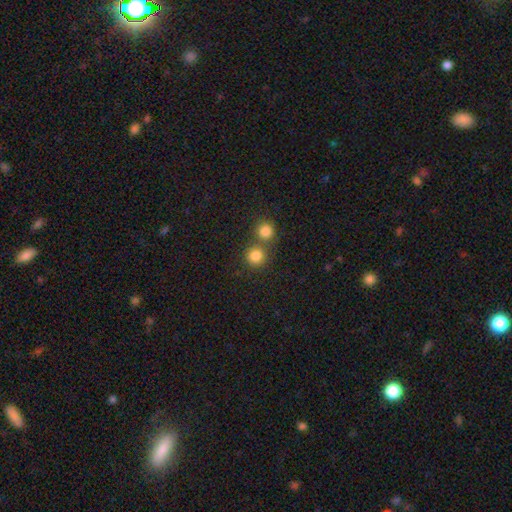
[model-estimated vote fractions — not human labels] Q: Smooth or featured?
A: smooth (82%); runner-up: star or artifact (12%)
Q: How rounded?
A: round (91%); runner-up: in between (8%)
Q: Merging?
A: none (63%); runner-up: merger (28%)